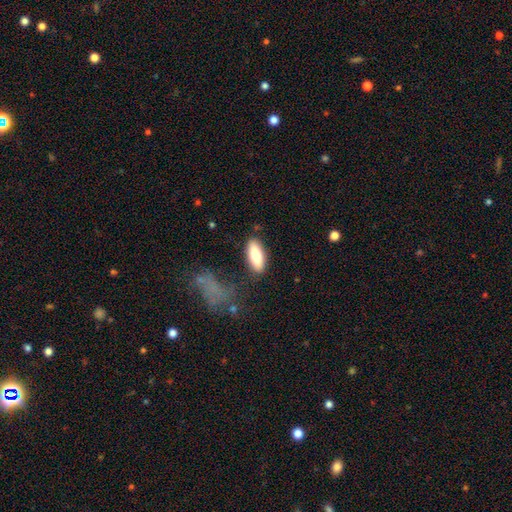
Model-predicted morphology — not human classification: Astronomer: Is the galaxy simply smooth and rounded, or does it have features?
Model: smooth — 80%.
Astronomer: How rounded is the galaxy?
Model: in between — 68%.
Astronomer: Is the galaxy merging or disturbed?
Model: none — 84%.